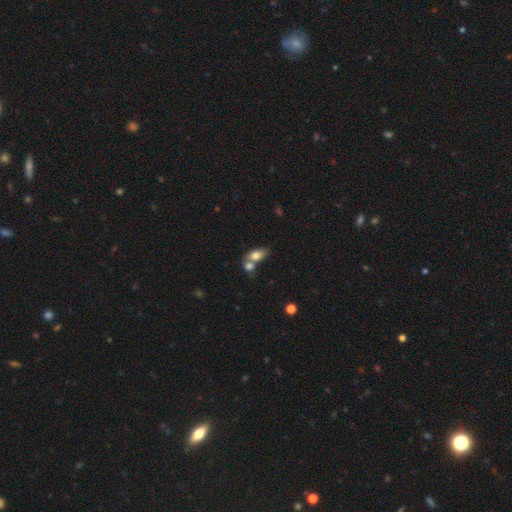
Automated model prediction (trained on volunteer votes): smooth-or-featured: smooth: 76% | featured or disk: 15% | star or artifact: 8%
  how-rounded: in between: 85% | round: 11% | cigar-shaped: 4%
  merging: merger: 54% | none: 32% | minor disturbance: 10% | major disturbance: 4%